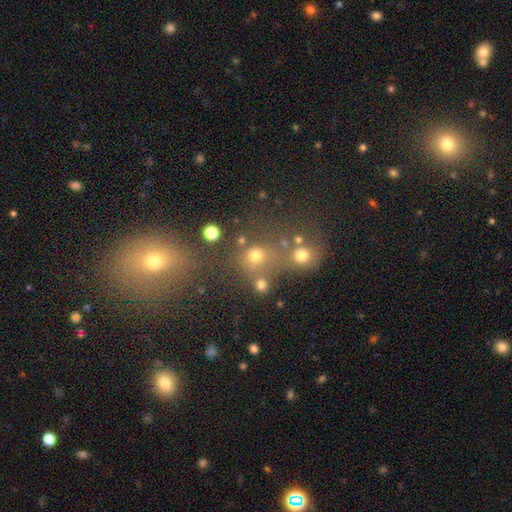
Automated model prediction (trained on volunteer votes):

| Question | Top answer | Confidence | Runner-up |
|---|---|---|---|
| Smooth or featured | smooth | 70% | star or artifact (21%) |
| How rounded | round | 85% | in between (13%) |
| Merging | none | 58% | merger (24%) |